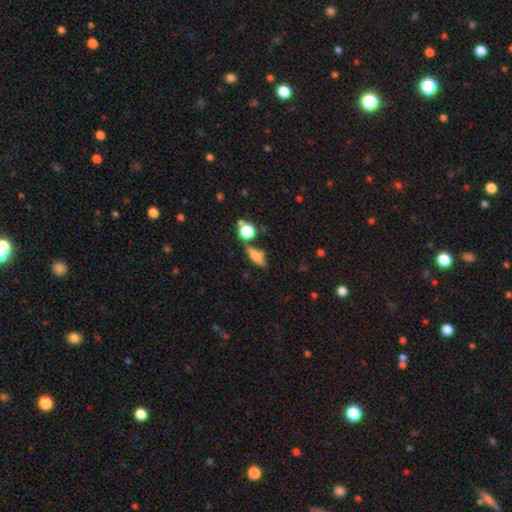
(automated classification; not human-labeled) Smooth or featured? smooth (66%)
How rounded? in between (51%)
Merging? none (66%)